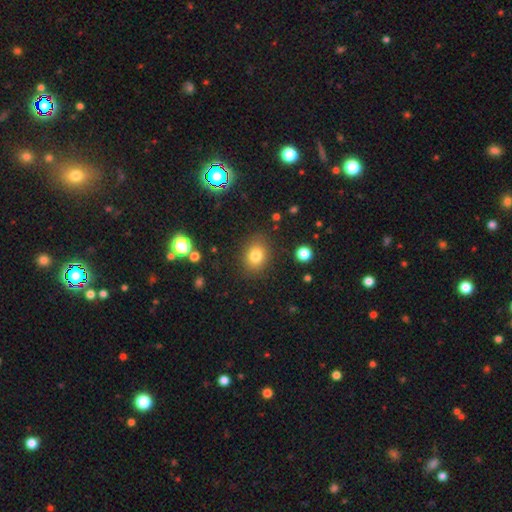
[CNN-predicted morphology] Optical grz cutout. It shows a smooth galaxy with no disk features (79%) that is in between round and cigar-shaped (50%). Merging: none (84%).